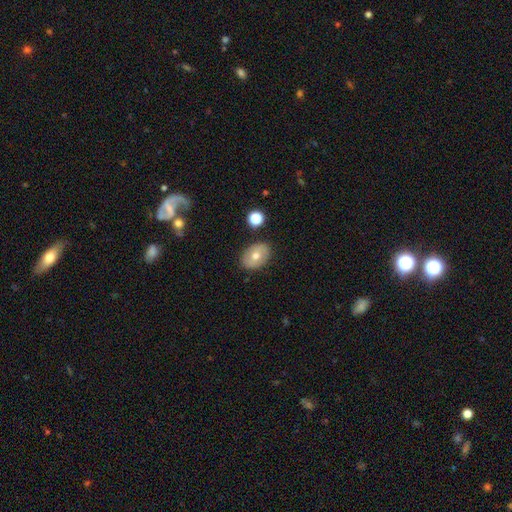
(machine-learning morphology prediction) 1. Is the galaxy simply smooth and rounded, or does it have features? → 64% smooth, 28% featured or disk, 9% star or artifact.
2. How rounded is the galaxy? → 75% in between, 23% round, 1% cigar-shaped.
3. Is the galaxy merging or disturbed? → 86% none, 10% minor disturbance, 3% major disturbance, 2% merger.